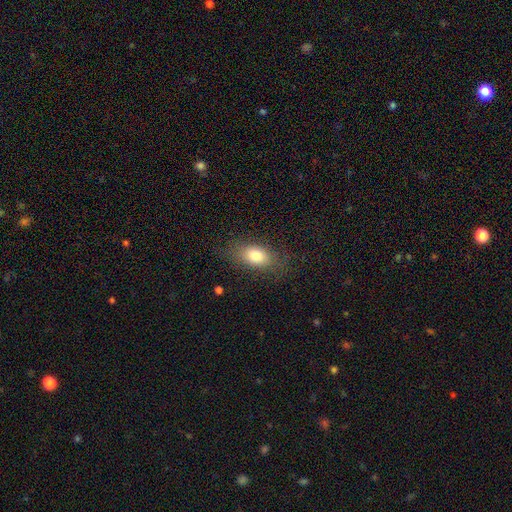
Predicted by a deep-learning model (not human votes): Smooth or featured? Predicted: smooth (p=0.80). How rounded? Predicted: in between (p=0.85). Merging? Predicted: none (p=0.78).